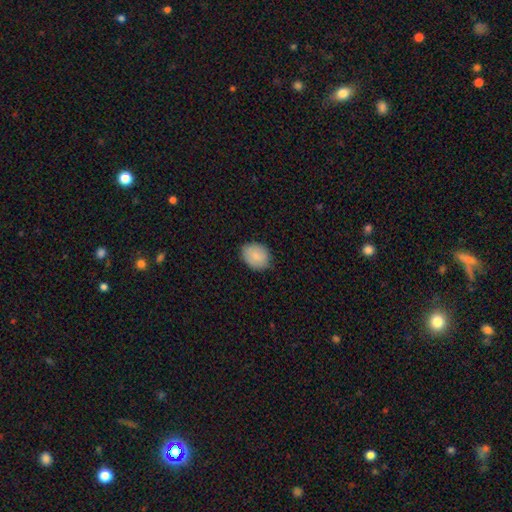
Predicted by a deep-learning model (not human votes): The model was most divided on "how rounded": in between: 54%, round: 45%, cigar-shaped: 1%. More confident: smooth or featured — smooth (86%); merging — none (82%).